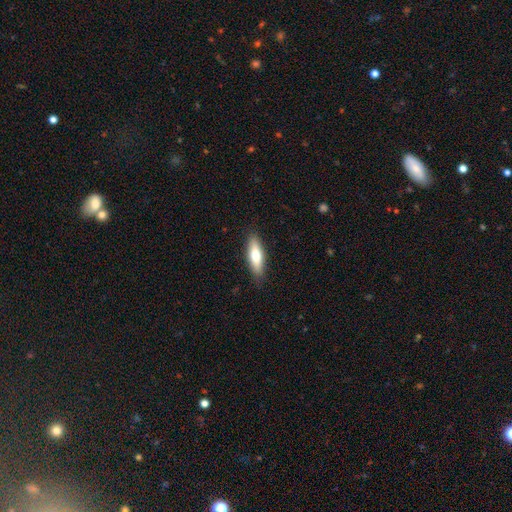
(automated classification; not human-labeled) Morphology: type=smooth (68%); roundness=in between (50%); merging=none (87%).